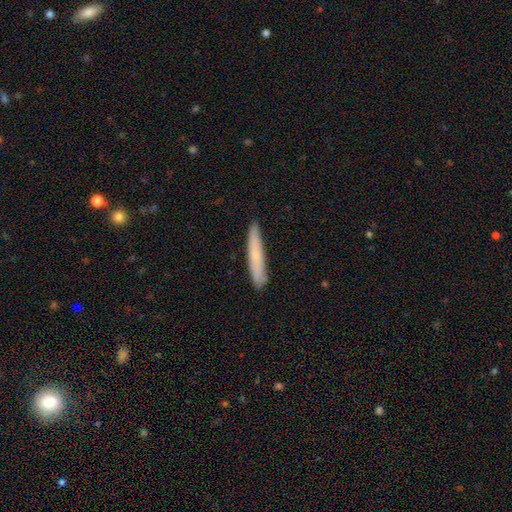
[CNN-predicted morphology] This appears to be a smooth galaxy with no disk features (65%) that is cigar-shaped (93%). Merging: none (88%).